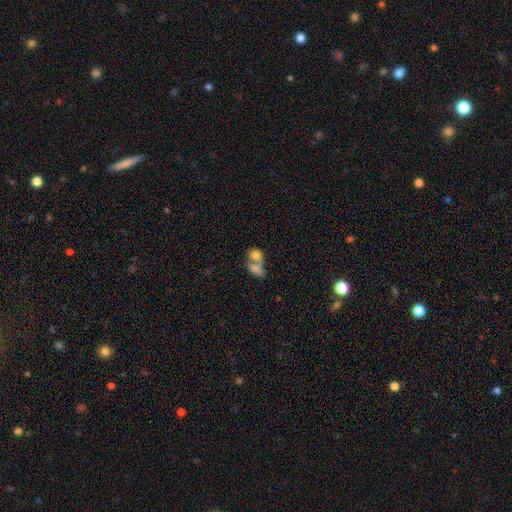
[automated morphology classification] Smooth or featured? Predicted: smooth (p=0.75). How rounded? Predicted: in between (p=0.62). Merging? Predicted: merger (p=0.66).